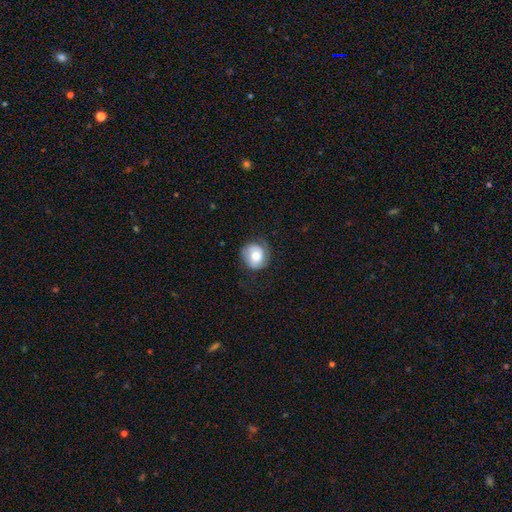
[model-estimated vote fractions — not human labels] Smooth or featured?
  - smooth: 66% *
  - featured or disk: 26%
  - star or artifact: 8%
How rounded?
  - round: 80% *
  - in between: 19%
  - cigar-shaped: 1%
Merging?
  - none: 69% *
  - minor disturbance: 22%
  - major disturbance: 8%
  - merger: 1%